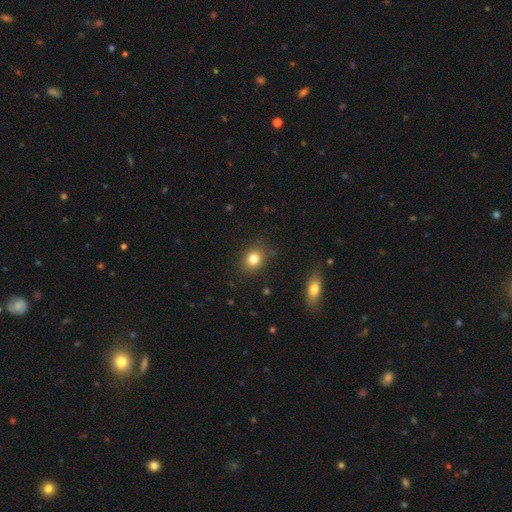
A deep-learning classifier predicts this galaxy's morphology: This appears to be a smooth galaxy with no disk features (81%) that is round (62%). Merging: none (85%).